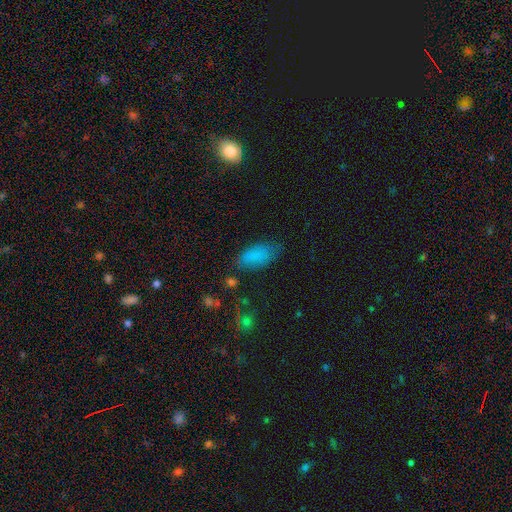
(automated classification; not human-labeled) smooth-or-featured: smooth: 82% | star or artifact: 11% | featured or disk: 7%
  how-rounded: in between: 92% | cigar-shaped: 5% | round: 3%
  merging: none: 71% | minor disturbance: 20% | major disturbance: 6% | merger: 3%